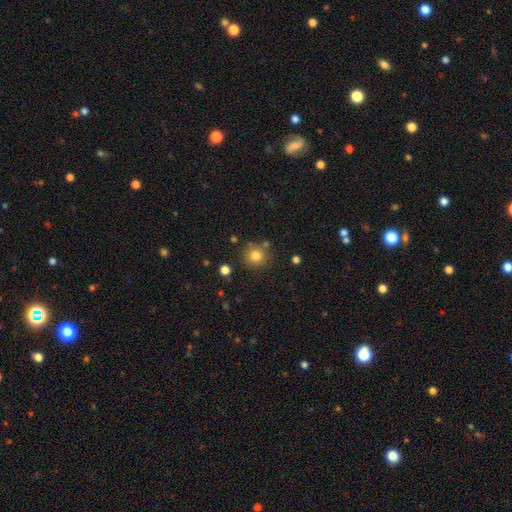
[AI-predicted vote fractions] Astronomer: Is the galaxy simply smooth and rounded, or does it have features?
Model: smooth — 80%.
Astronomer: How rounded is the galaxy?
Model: round — 92%.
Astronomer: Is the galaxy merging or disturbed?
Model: none — 81%.